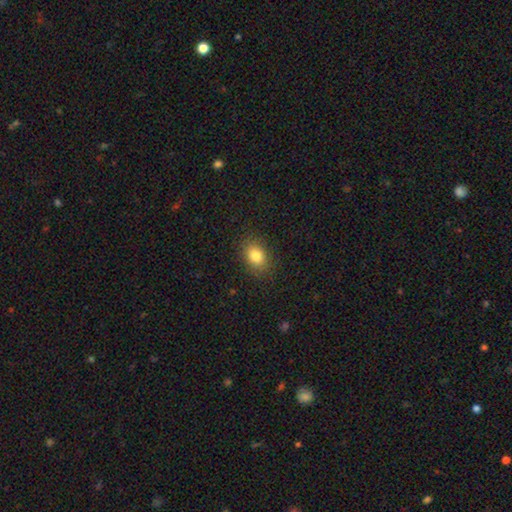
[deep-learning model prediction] Morphology: type=smooth (83%); roundness=in between (71%); merging=none (87%).